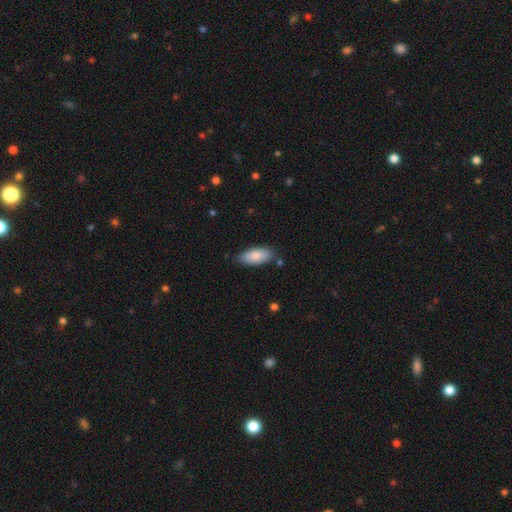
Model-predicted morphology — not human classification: Smooth or featured?
  - smooth: 84% *
  - featured or disk: 11%
  - star or artifact: 6%
How rounded?
  - in between: 85% *
  - cigar-shaped: 13%
  - round: 2%
Merging?
  - none: 82% *
  - minor disturbance: 14%
  - merger: 2%
  - major disturbance: 2%